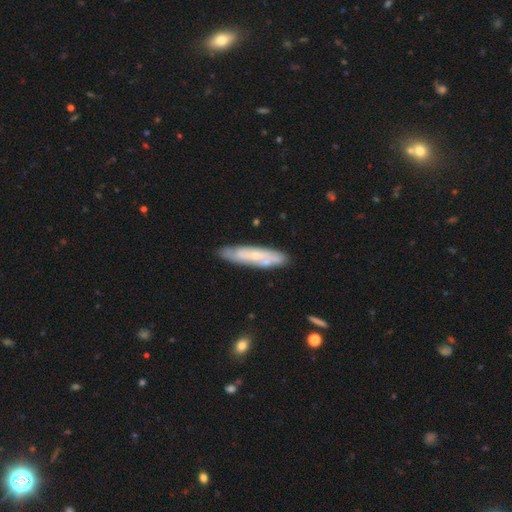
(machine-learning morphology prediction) Q: Smooth or featured?
A: featured or disk (60%); runner-up: smooth (34%)
Q: Edge-on disk?
A: no (63%); runner-up: yes (37%)
Q: Merging?
A: none (81%); runner-up: minor disturbance (13%)